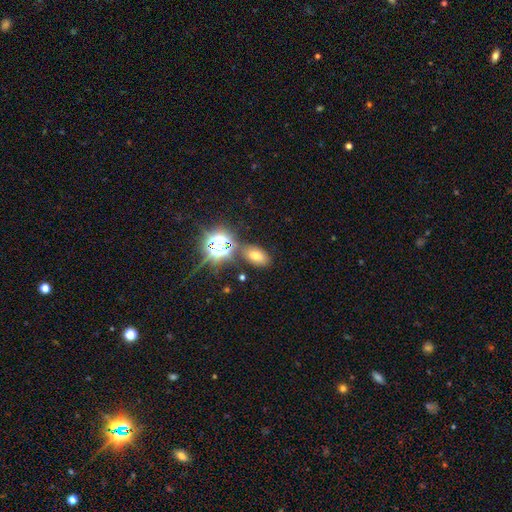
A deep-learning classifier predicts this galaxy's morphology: The model was most divided on "smooth or featured": smooth: 58%, star or artifact: 30%, featured or disk: 12%. More confident: how rounded — in between (87%); merging — none (77%).